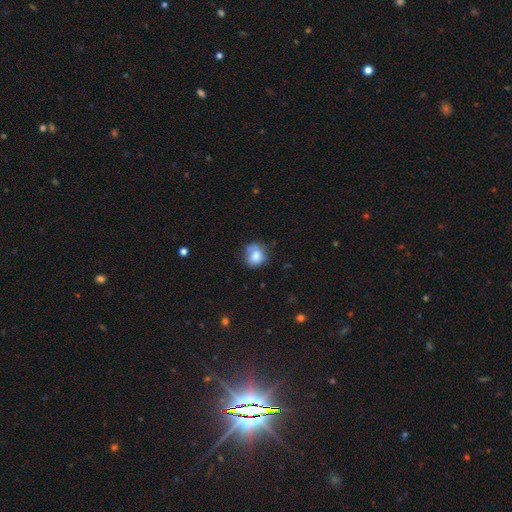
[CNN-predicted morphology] smooth 78%, featured or disk 12%, star or artifact 9%. Down the decision tree: how rounded — round (77%); merging — none (60%).